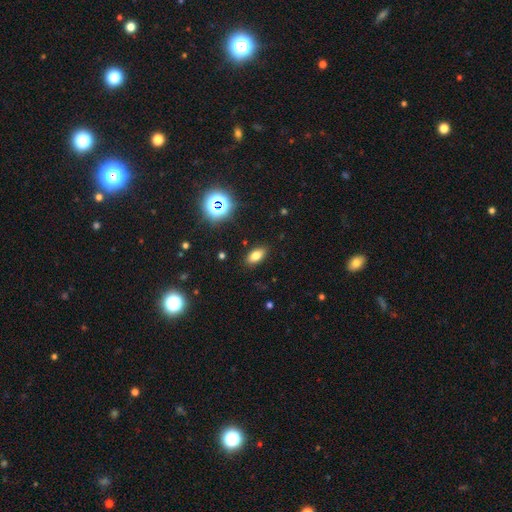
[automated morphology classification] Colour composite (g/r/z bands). It shows a smooth galaxy with no disk features (75%) that is in between round and cigar-shaped (88%). Merging: none (87%).